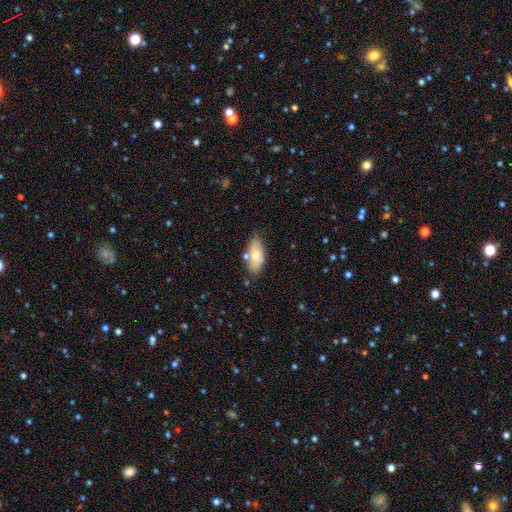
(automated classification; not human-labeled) Smooth or featured: smooth — 69% (featured or disk — 25%)
How rounded: in between — 85% (cigar-shaped — 12%)
Merging: none — 72% (minor disturbance — 16%)